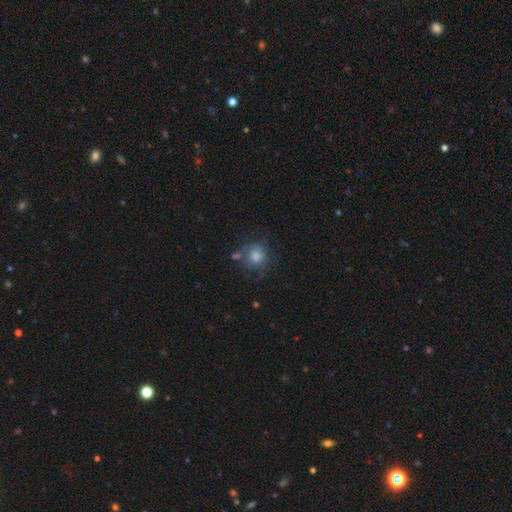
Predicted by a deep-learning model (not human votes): smooth 69%, star or artifact 16%, featured or disk 15%. Down the decision tree: how rounded — round (89%); merging — none (68%).